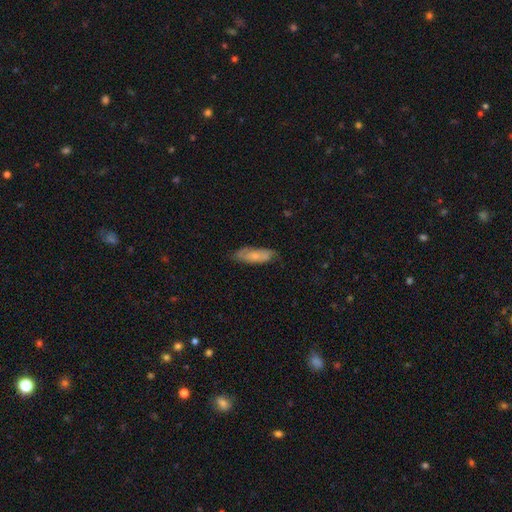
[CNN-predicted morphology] Smooth or featured: smooth — 58% (featured or disk — 36%)
How rounded: in between — 56% (cigar-shaped — 42%)
Merging: none — 71% (minor disturbance — 22%)